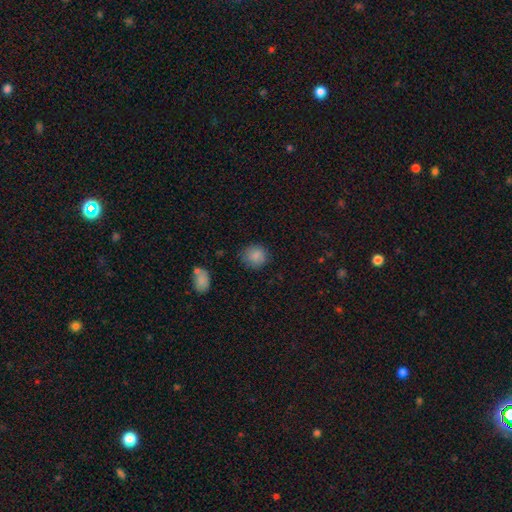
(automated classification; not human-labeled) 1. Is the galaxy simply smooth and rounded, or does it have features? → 85% smooth, 9% star or artifact, 5% featured or disk.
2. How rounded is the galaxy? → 86% round, 13% in between, 1% cigar-shaped.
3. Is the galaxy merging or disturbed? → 80% none, 14% minor disturbance, 4% major disturbance, 2% merger.